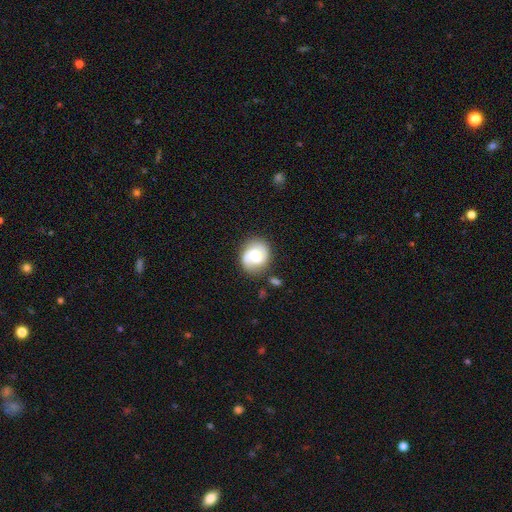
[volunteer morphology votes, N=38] Smooth or featured: featured or disk — 53% (smooth — 39%)
Edge-on disk: no — 100%
Bar: weak — 60% (no — 25%)
Spiral arms: yes — 90% (no — 10%)
Spiral winding: medium — 39% (loose — 33%)
Spiral arm count: 2 — 89% (1 — 11%)
Bulge size: moderate — 40% (large — 30%)
Merging: none — 60% (minor disturbance — 31%)